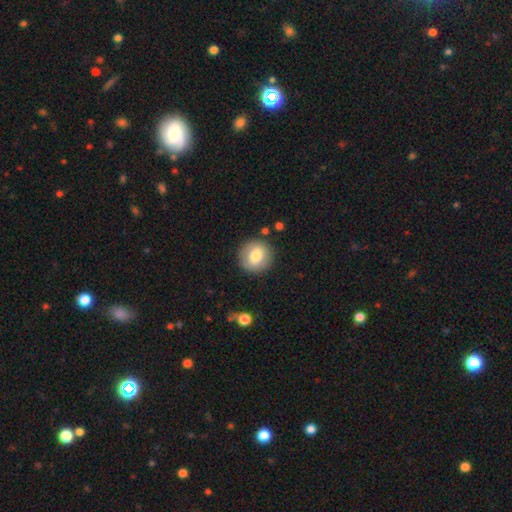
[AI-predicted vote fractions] Smooth or featured: smooth — 74% (featured or disk — 18%)
How rounded: round — 88% (in between — 11%)
Merging: none — 86% (minor disturbance — 9%)